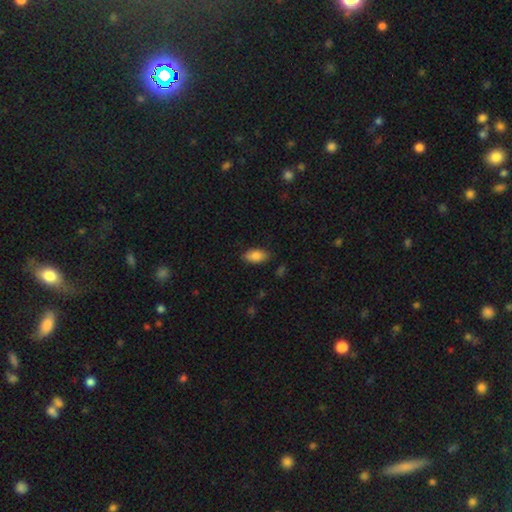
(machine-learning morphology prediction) The model was most divided on "merging": none: 84%, minor disturbance: 12%, major disturbance: 2%, merger: 1%. More confident: how rounded — in between (93%); smooth or featured — smooth (86%).